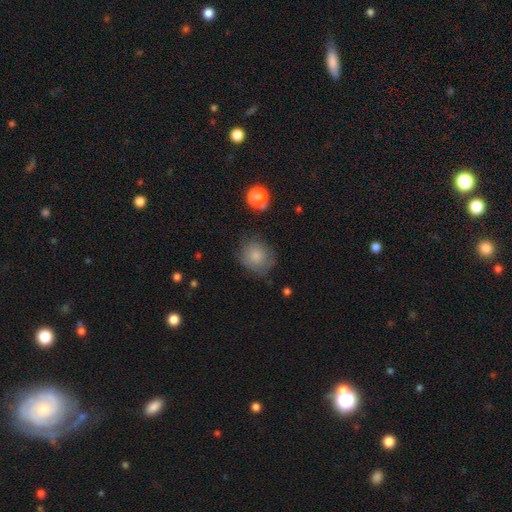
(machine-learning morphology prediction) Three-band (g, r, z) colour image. It shows a smooth galaxy with no disk features (78%) that is round (79%). Merging: none (66%).